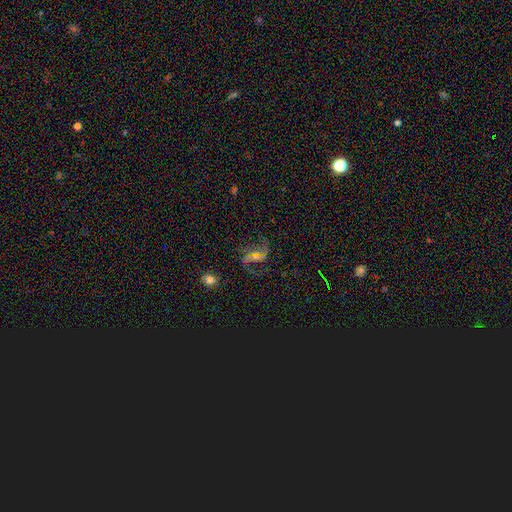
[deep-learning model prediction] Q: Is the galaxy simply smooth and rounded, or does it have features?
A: featured or disk — 76%.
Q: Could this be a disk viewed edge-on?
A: no — 96%.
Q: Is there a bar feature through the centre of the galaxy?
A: weak — 39%.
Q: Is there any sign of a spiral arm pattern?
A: yes — 92%.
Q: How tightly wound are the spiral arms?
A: loose — 68%.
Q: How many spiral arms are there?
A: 2 — 81%.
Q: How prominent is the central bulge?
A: small — 60%.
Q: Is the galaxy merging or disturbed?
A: none — 62%.